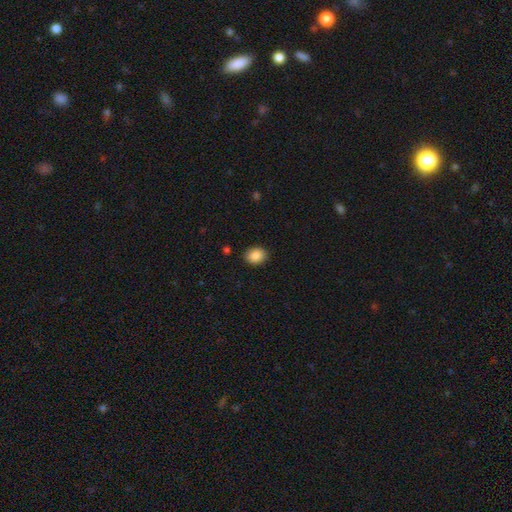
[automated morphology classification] Smooth or featured?
  - smooth: 88% *
  - star or artifact: 8%
  - featured or disk: 4%
How rounded?
  - in between: 58% *
  - round: 41%
  - cigar-shaped: 1%
Merging?
  - none: 89% *
  - minor disturbance: 7%
  - major disturbance: 2%
  - merger: 1%